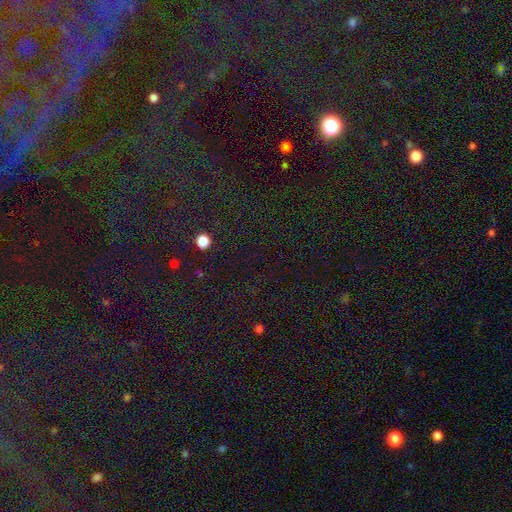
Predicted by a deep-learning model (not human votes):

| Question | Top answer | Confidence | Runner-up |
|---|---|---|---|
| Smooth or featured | star or artifact | 62% | smooth (31%) |